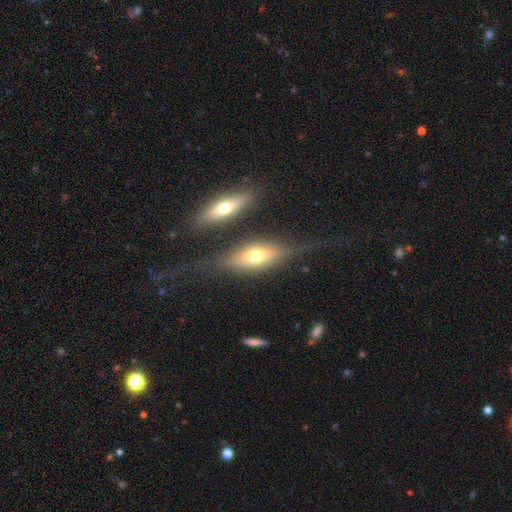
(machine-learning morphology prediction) Smooth or featured?
  - smooth: 47% *
  - featured or disk: 44%
  - star or artifact: 8%
Merging?
  - none: 62% *
  - minor disturbance: 17%
  - merger: 11%
  - major disturbance: 10%